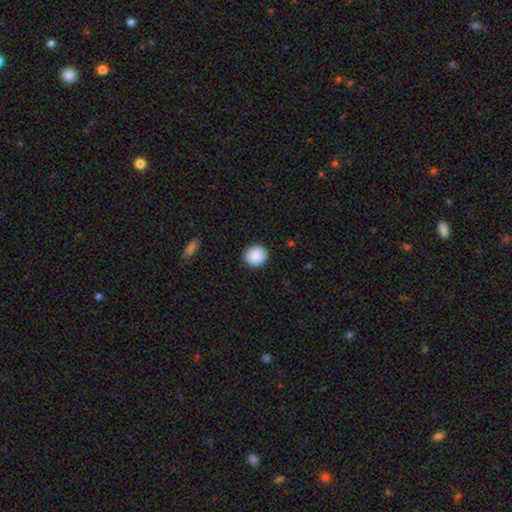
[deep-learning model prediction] This is clearly a smooth galaxy (90%). How rounded: clearly round (91%). Merging: clearly none (91%).